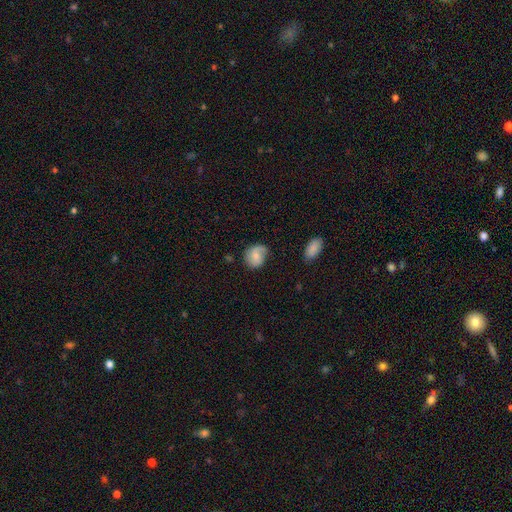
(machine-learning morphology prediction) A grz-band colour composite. It shows a smooth galaxy with no disk features (61%) that is round (63%). Merging: none (58%).